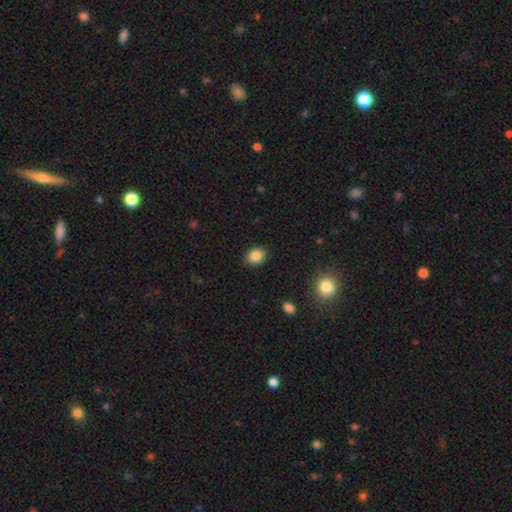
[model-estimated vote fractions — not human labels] Morphology: type=smooth (87%); roundness=in between (54%); merging=none (88%).